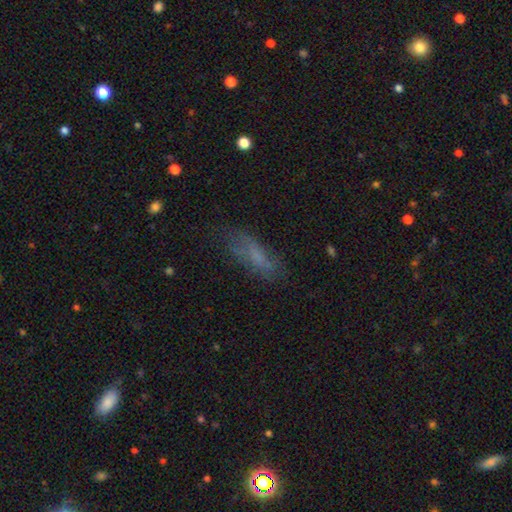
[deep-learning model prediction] Overall: smooth (59%; featured or disk 29%). How rounded: in between (55%; cigar-shaped 42%). Merging: none (60%; minor disturbance 25%).